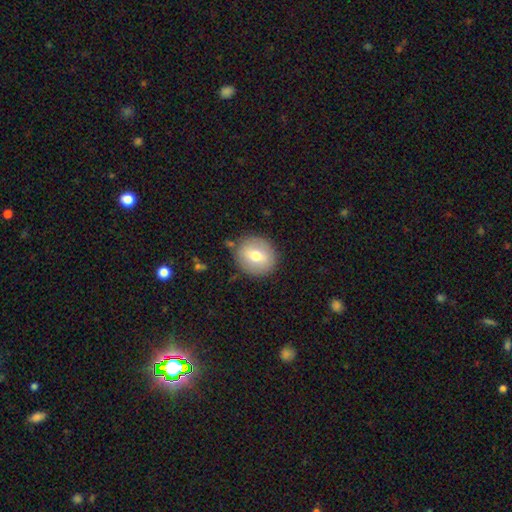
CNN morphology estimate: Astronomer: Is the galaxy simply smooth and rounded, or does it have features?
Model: smooth — 67%.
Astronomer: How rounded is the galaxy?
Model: round — 85%.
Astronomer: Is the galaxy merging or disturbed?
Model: none — 86%.